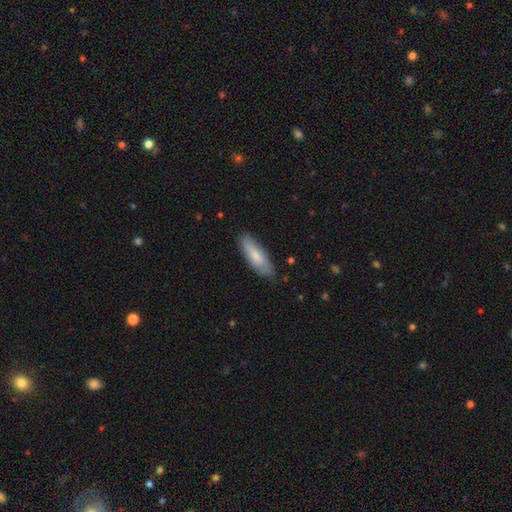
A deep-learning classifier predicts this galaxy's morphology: This appears to be a smooth galaxy with no disk features (74%) that is in between round and cigar-shaped (51%). Merging: none (81%).